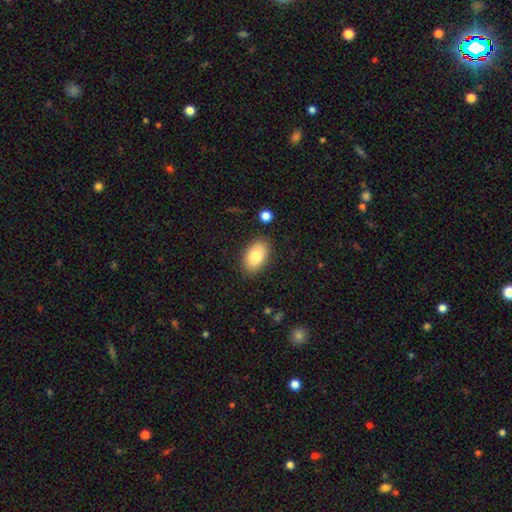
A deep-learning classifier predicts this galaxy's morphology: Q: Smooth or featured?
A: smooth (83%); runner-up: featured or disk (10%)
Q: How rounded?
A: in between (93%); runner-up: round (5%)
Q: Merging?
A: none (86%); runner-up: minor disturbance (10%)